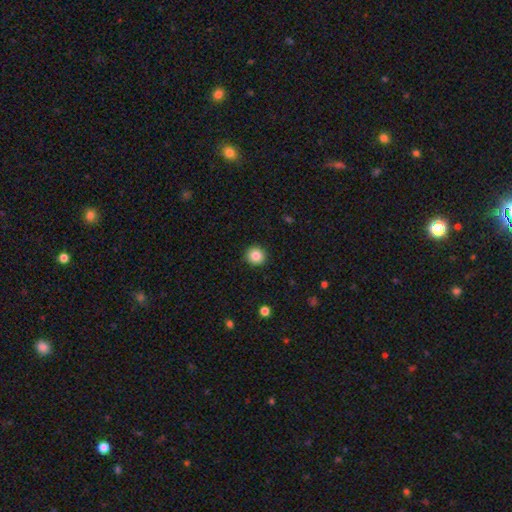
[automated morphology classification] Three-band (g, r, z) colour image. It shows a smooth galaxy with no disk features (84%) that is round (94%). Merging: none (93%).